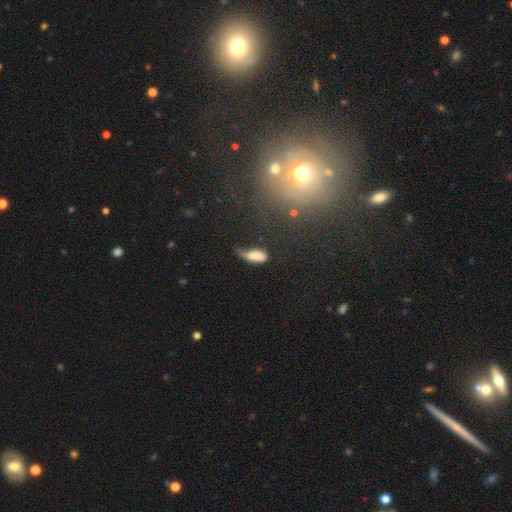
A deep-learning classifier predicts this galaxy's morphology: Overall: smooth (73%). How rounded: in between (78%). Merging: minor disturbance (37%; major disturbance 31%).